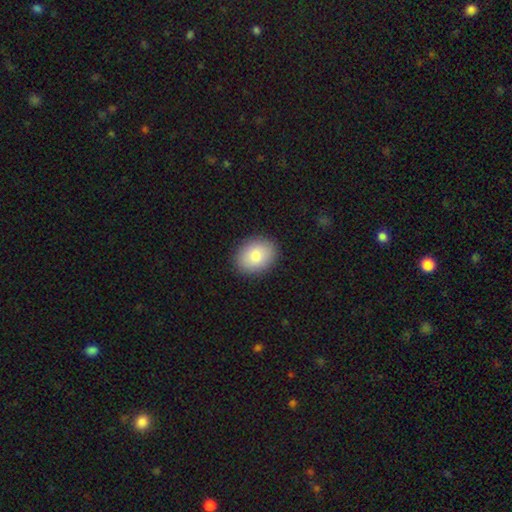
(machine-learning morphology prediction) A smooth galaxy with no disk features (85%) that is in between round and cigar-shaped (62%). Merging: none (90%).